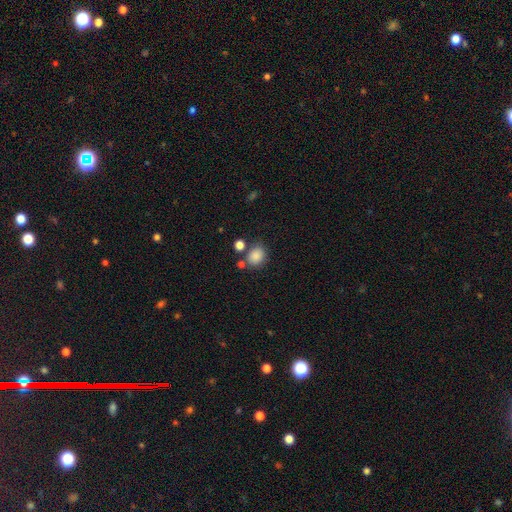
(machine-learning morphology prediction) This appears to be a smooth galaxy with no disk features (85%) that is round (60%). Merging: none (66%).